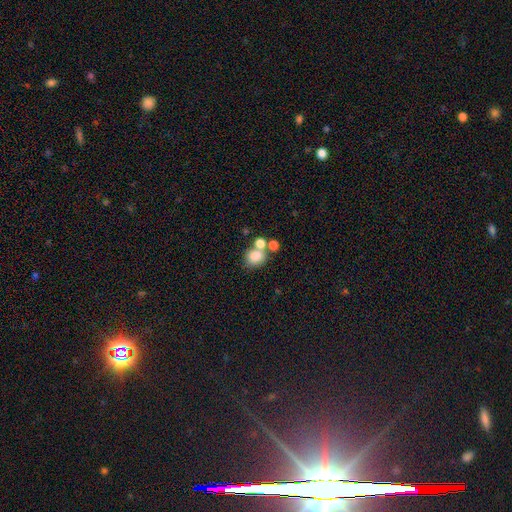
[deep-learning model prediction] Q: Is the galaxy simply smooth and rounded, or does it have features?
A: smooth — 78%.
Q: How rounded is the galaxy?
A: round — 58%.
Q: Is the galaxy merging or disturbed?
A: none — 42%, tied with merger.